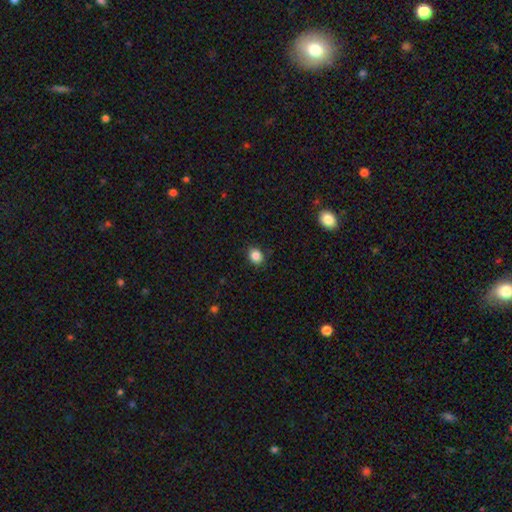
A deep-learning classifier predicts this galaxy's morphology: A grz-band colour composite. It shows a smooth galaxy with no disk features (86%) that is round (60%). Merging: none (86%).